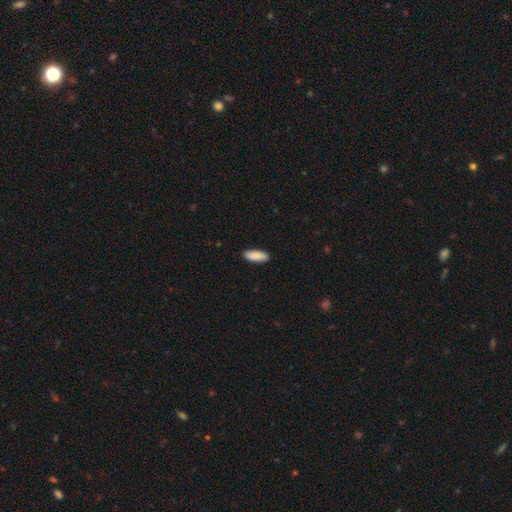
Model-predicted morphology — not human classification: Smooth or featured?
  - smooth: 90% *
  - star or artifact: 6%
  - featured or disk: 5%
How rounded?
  - in between: 70% *
  - cigar-shaped: 29%
  - round: 2%
Merging?
  - none: 89% *
  - minor disturbance: 8%
  - major disturbance: 2%
  - merger: 1%